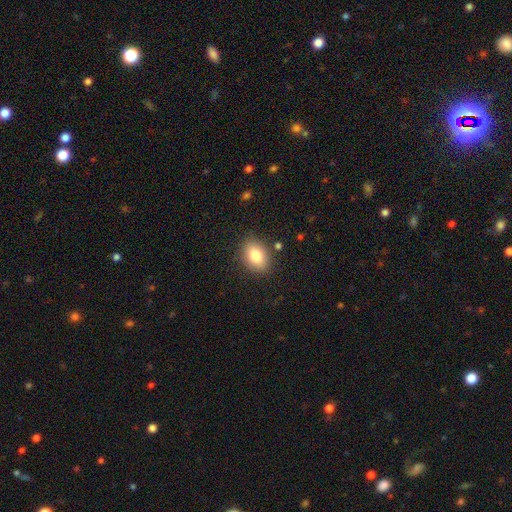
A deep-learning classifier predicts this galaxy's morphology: A smooth galaxy with no disk features (81%) that is in between round and cigar-shaped (74%).

Vote fractions:
- Smooth or featured? smooth: 81% / featured or disk: 11% / star or artifact: 9%
- How rounded? in between: 74% / round: 25% / cigar-shaped: 1%
- Merging? none: 85% / minor disturbance: 10% / major disturbance: 3% / merger: 2%